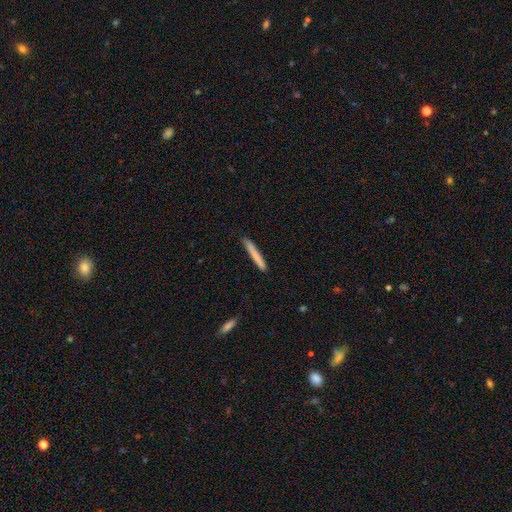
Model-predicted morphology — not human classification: smooth 77%, featured or disk 18%, star or artifact 6%. Down the decision tree: how rounded — cigar-shaped (96%); merging — none (87%).